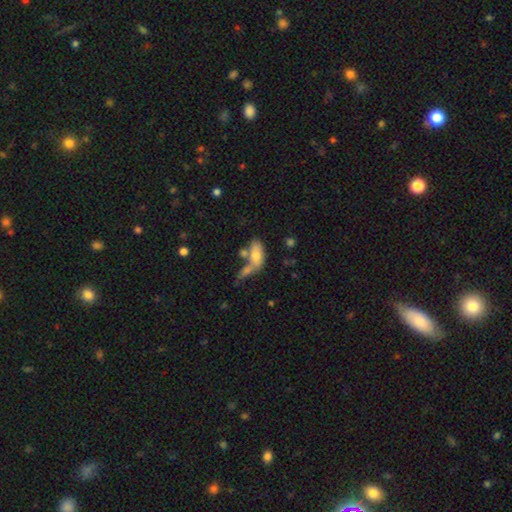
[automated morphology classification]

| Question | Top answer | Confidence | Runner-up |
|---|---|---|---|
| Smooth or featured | smooth | 68% | featured or disk (24%) |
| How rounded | in between | 85% | cigar-shaped (10%) |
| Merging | merger | 42% | none (31%) |